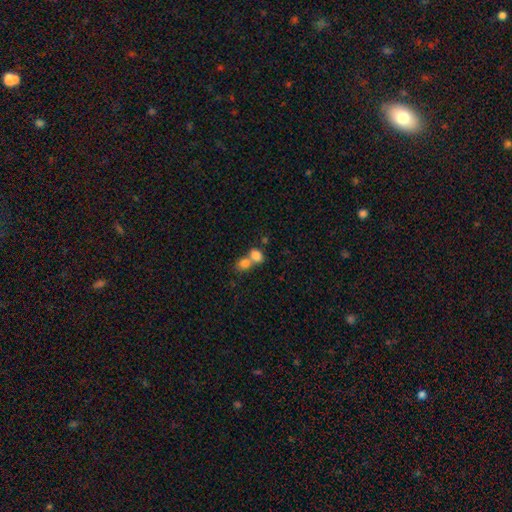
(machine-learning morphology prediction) This is clearly a smooth galaxy (81%). How rounded: likely in between (63%). Merging: likely merger (65%).